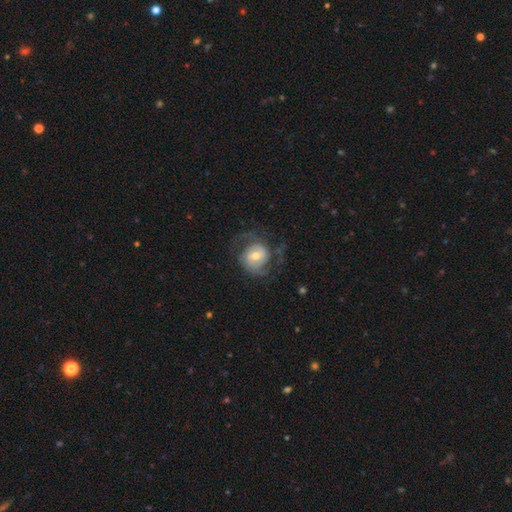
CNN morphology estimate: featured or disk 71%, smooth 23%, star or artifact 6%. Down the decision tree: edge-on disk — no (97%); bar — no (56%); spiral arms — yes (88%); spiral arm count — 2 (67%); spiral winding — medium (43%); bulge size — moderate (59%); merging — none (58%).